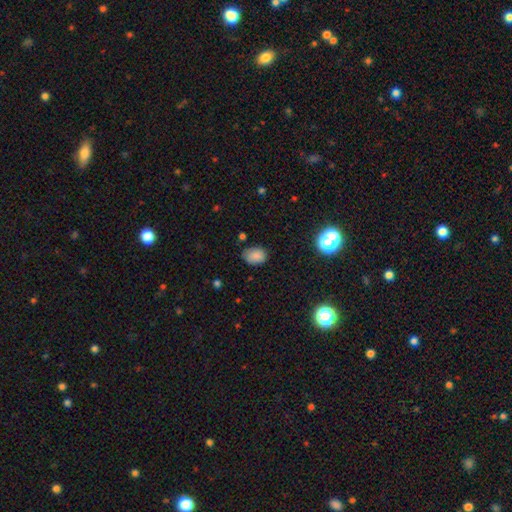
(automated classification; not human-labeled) Smooth or featured?
  - smooth: 82% *
  - star or artifact: 12%
  - featured or disk: 6%
How rounded?
  - in between: 75% *
  - round: 23%
  - cigar-shaped: 1%
Merging?
  - none: 71% *
  - minor disturbance: 23%
  - major disturbance: 5%
  - merger: 2%